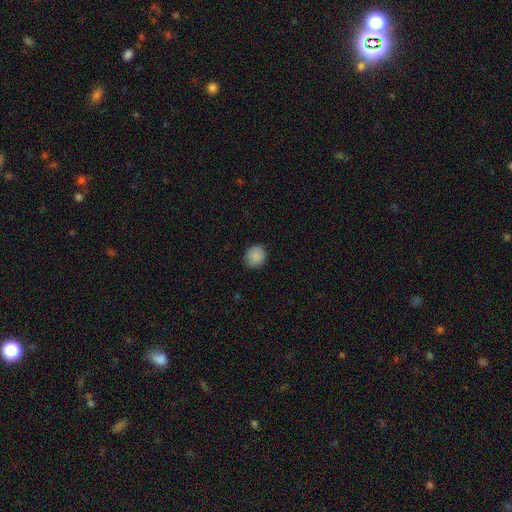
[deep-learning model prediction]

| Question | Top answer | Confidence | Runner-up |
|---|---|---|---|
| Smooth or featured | smooth | 88% | star or artifact (8%) |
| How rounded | round | 83% | in between (16%) |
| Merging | none | 85% | minor disturbance (11%) |